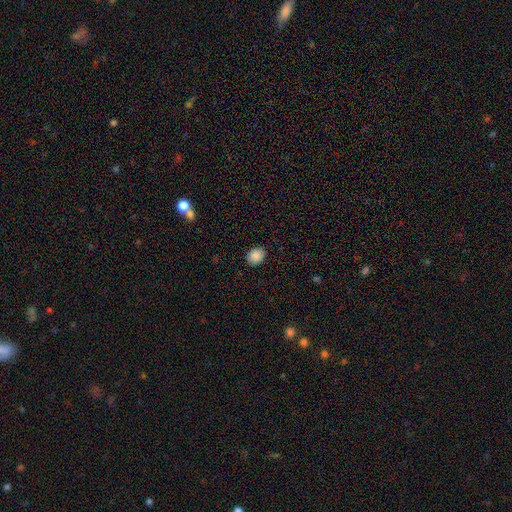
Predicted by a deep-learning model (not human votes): smooth_or_featured: smooth (p=0.88) [alt: star or artifact p=0.08]
how_rounded: round (p=0.50) [alt: in between p=0.49]
merging: none (p=0.89) [alt: minor disturbance p=0.08]